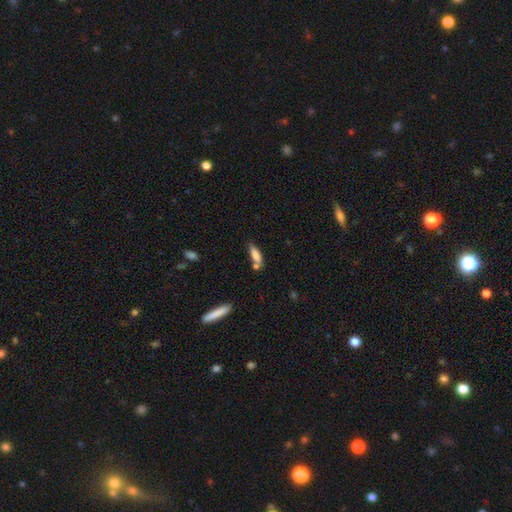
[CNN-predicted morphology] smooth-or-featured: smooth: 78% | featured or disk: 14% | star or artifact: 8%
  how-rounded: cigar-shaped: 52% | in between: 46% | round: 2%
  merging: none: 54% | merger: 24% | minor disturbance: 17% | major disturbance: 5%